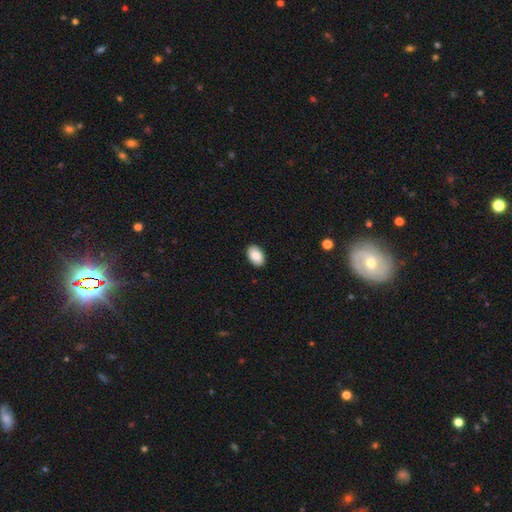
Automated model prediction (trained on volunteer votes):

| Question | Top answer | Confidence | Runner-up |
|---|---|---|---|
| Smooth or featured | smooth | 87% | featured or disk (7%) |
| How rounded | in between | 91% | round (8%) |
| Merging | none | 91% | minor disturbance (7%) |